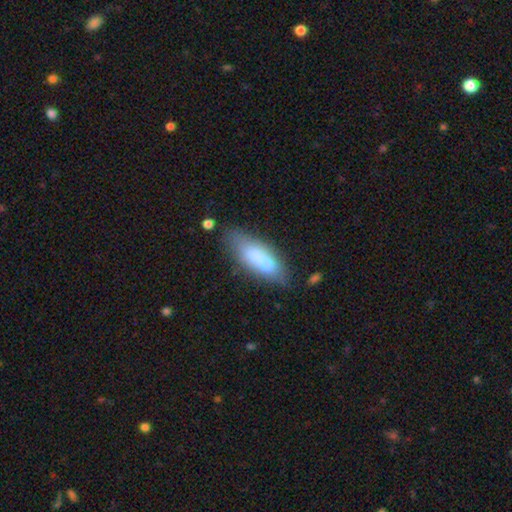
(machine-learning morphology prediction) Smooth or featured?
  - smooth: 69% *
  - featured or disk: 23%
  - star or artifact: 8%
How rounded?
  - in between: 63% *
  - cigar-shaped: 35%
  - round: 2%
Merging?
  - none: 49% *
  - minor disturbance: 24%
  - merger: 18%
  - major disturbance: 10%